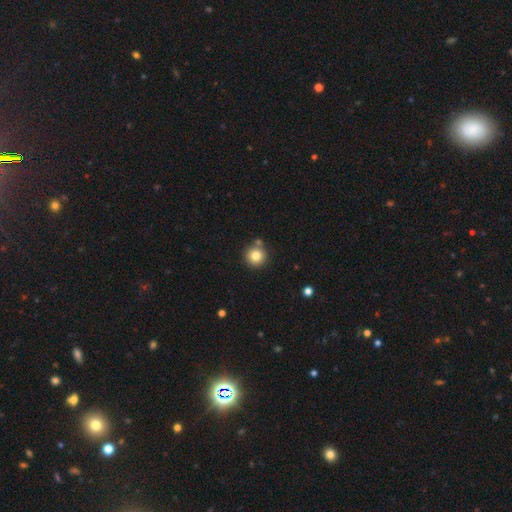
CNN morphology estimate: This appears to be a smooth galaxy with no disk features (80%) that is round (95%). Merging: none (78%).